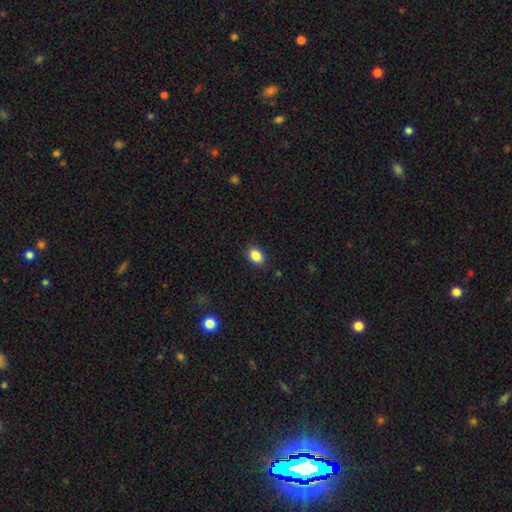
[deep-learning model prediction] This is clearly a smooth galaxy (87%). How rounded: likely in between (79%). Merging: clearly none (87%).